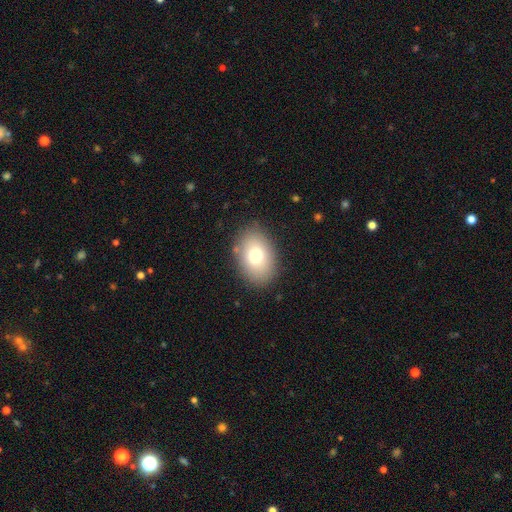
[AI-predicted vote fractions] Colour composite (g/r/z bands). It shows a smooth galaxy with no disk features (74%) that is in between round and cigar-shaped (79%). Merging: none (85%).